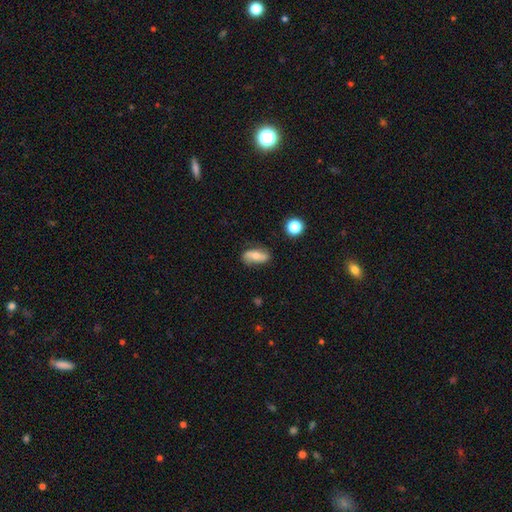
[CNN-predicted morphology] Smooth or featured?
  - smooth: 54% *
  - featured or disk: 38%
  - star or artifact: 8%
How rounded?
  - in between: 78% *
  - cigar-shaped: 16%
  - round: 6%
Merging?
  - none: 75% *
  - minor disturbance: 18%
  - major disturbance: 5%
  - merger: 2%